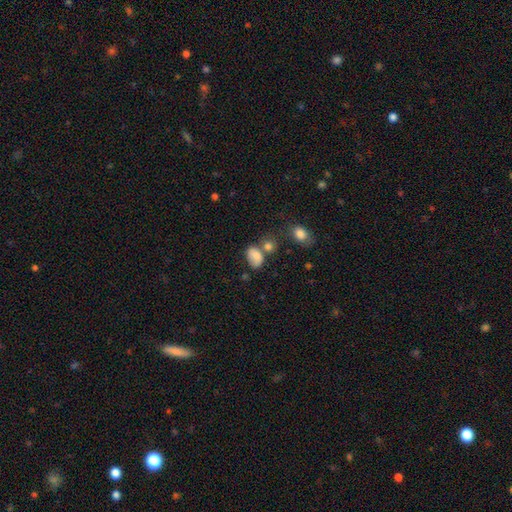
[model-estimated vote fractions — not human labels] Overall: smooth (79%). How rounded: in between (82%). Merging: none (45%; merger 24%).